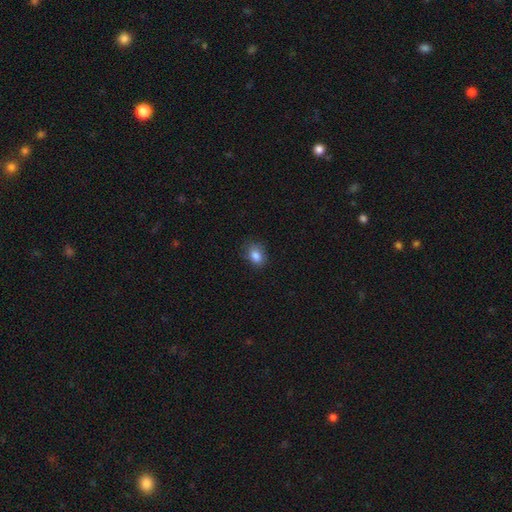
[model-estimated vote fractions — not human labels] This is clearly a smooth galaxy (85%). How rounded: likely in between (68%). Merging: likely none (78%).